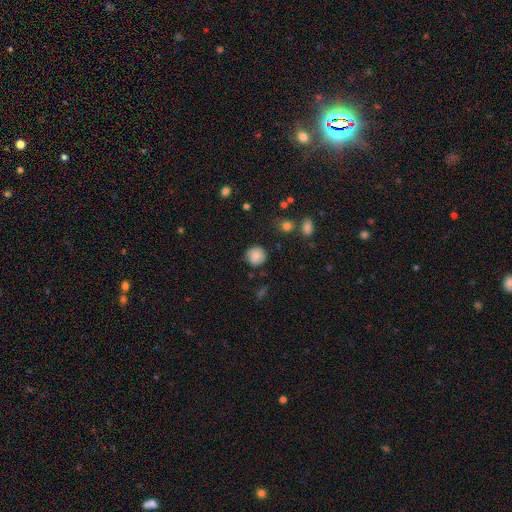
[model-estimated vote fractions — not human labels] The model was most divided on "merging": none: 81%, minor disturbance: 14%, major disturbance: 3%, merger: 2%. More confident: how rounded — round (91%); smooth or featured — smooth (80%).